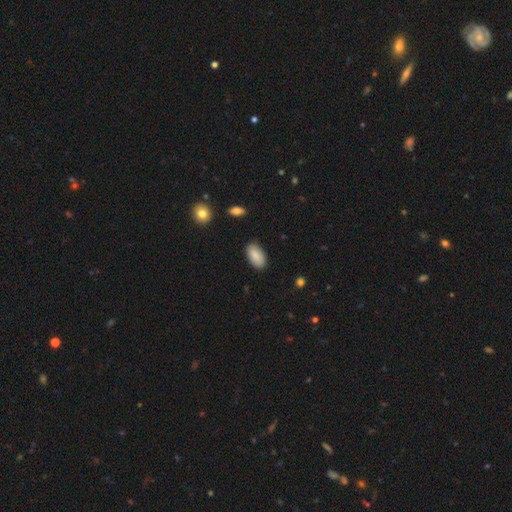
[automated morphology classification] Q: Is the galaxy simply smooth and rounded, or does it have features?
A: smooth — 88%.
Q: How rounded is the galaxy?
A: in between — 94%.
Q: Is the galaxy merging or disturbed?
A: none — 86%.